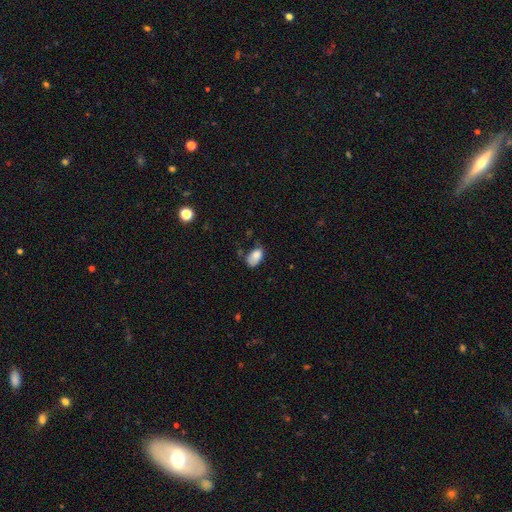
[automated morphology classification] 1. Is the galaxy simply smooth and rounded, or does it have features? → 80% smooth, 12% featured or disk, 8% star or artifact.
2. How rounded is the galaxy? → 91% in between, 7% round, 1% cigar-shaped.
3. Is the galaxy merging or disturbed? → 43% none, 38% minor disturbance, 14% major disturbance, 5% merger.